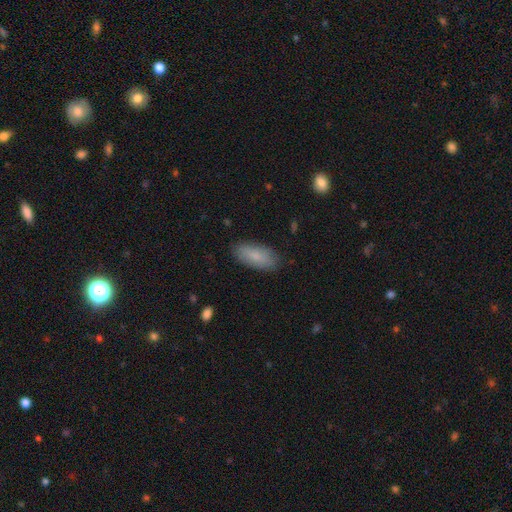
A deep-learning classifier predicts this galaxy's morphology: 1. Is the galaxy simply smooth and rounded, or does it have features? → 83% smooth, 11% featured or disk, 6% star or artifact.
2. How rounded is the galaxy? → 86% in between, 12% cigar-shaped, 2% round.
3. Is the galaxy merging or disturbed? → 85% none, 11% minor disturbance, 3% major disturbance, 1% merger.